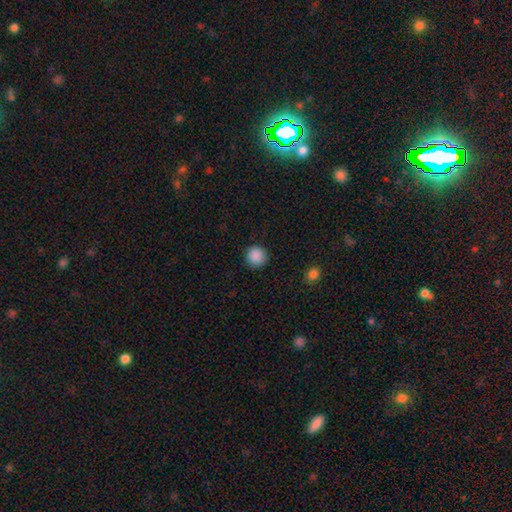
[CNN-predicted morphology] Q: Smooth or featured?
A: smooth (89%); runner-up: star or artifact (9%)
Q: How rounded?
A: round (95%); runner-up: in between (4%)
Q: Merging?
A: none (91%); runner-up: minor disturbance (6%)